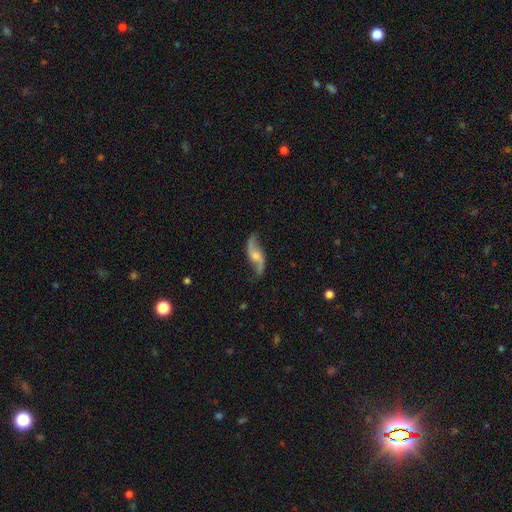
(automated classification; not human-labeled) A featured or disk galaxy (84%) with no bar (58%), 2 (93%) loose (85%) spiral arms (95%) and a moderate central bulge (52%).

Vote fractions:
- Smooth or featured? featured or disk: 84% / smooth: 10% / star or artifact: 5%
- Edge-on disk? no: 92% / yes: 8%
- Bar? no: 58% / weak: 33% / strong: 9%
- Spiral arms? yes: 95% / no: 5%
- Spiral winding? loose: 85% / medium: 12% / tight: 3%
- Spiral arm count? 2: 93% / can't tell: 2% / 1: 2% / 3: 1% / 4: 1% / more than 4: 1%
- Bulge size? moderate: 52% / small: 34% / none: 7% / large: 6% / dominant: 1%
- Merging? none: 78% / minor disturbance: 15% / major disturbance: 6% / merger: 2%